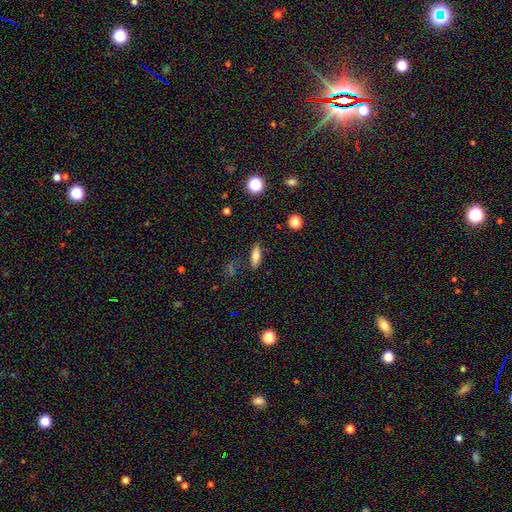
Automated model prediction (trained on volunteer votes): smooth-or-featured: smooth: 72% | featured or disk: 17% | star or artifact: 10%
  how-rounded: in between: 58% | cigar-shaped: 39% | round: 4%
  merging: none: 82% | minor disturbance: 12% | major disturbance: 4% | merger: 3%